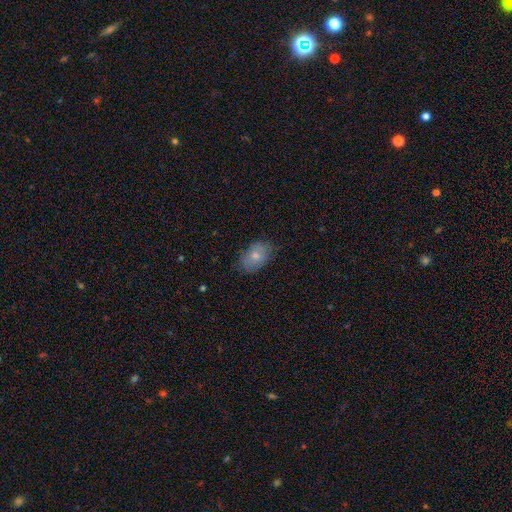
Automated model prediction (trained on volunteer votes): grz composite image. It shows a smooth galaxy with no disk features (73%) that is in between round and cigar-shaped (87%). Merging: none (76%).